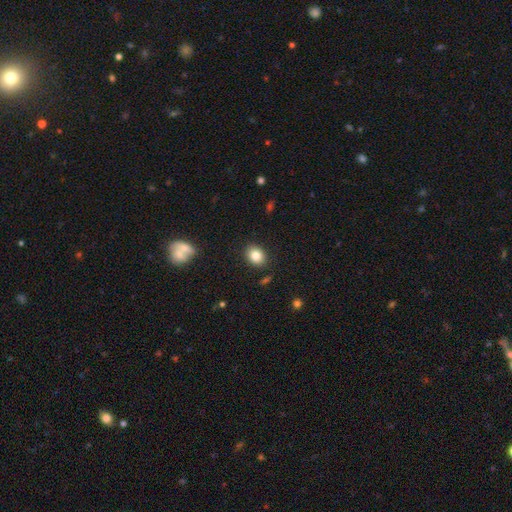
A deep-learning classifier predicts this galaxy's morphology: smooth-or-featured: smooth: 82% | star or artifact: 10% | featured or disk: 8%
  how-rounded: in between: 57% | round: 42% | cigar-shaped: 1%
  merging: none: 87% | minor disturbance: 9% | major disturbance: 2% | merger: 2%